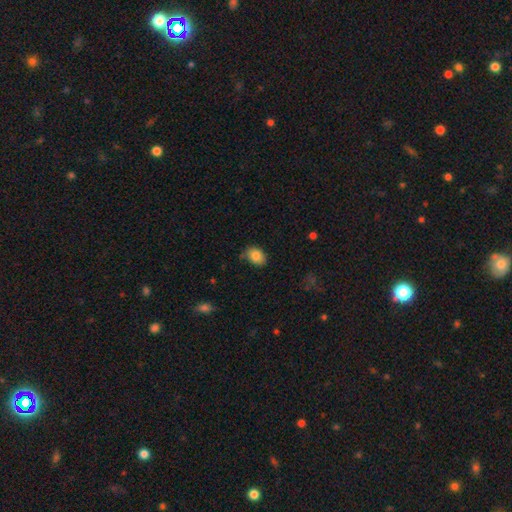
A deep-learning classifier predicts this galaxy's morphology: Smooth or featured?
  - smooth: 84% *
  - star or artifact: 9%
  - featured or disk: 8%
How rounded?
  - in between: 72% *
  - round: 27%
  - cigar-shaped: 1%
Merging?
  - none: 72% *
  - minor disturbance: 22%
  - major disturbance: 4%
  - merger: 3%